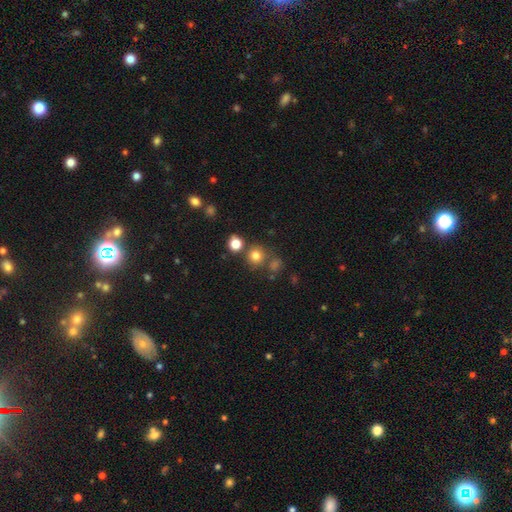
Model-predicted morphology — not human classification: The model was most divided on "merging": none: 72%, merger: 15%, minor disturbance: 9%, major disturbance: 4%. More confident: how rounded — round (91%); smooth or featured — smooth (76%).